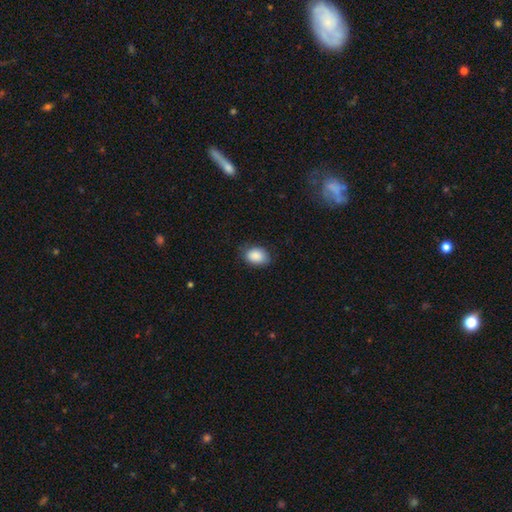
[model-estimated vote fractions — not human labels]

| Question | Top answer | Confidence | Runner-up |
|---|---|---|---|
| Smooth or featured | smooth | 89% | star or artifact (7%) |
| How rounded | in between | 75% | round (24%) |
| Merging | none | 78% | minor disturbance (18%) |